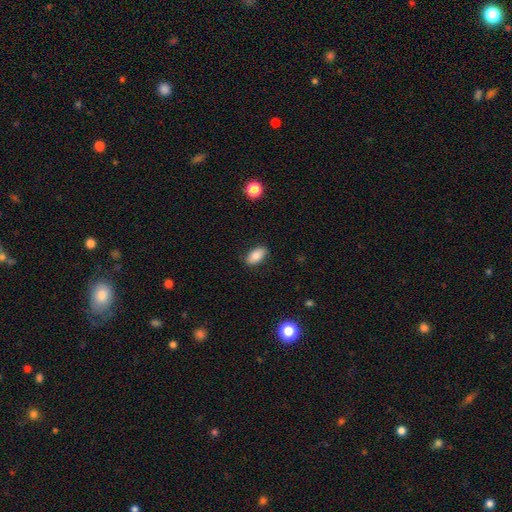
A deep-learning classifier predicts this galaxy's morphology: Smooth or featured? Predicted: smooth (p=0.81). How rounded? Predicted: in between (p=0.91). Merging? Predicted: none (p=0.87).